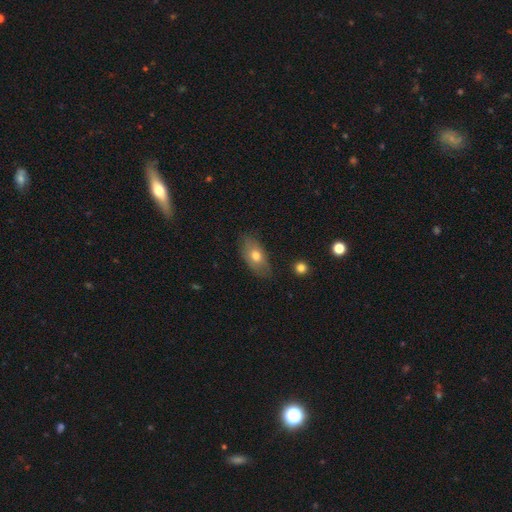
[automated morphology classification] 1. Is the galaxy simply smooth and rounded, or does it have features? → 66% smooth, 27% featured or disk, 7% star or artifact.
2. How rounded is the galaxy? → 89% in between, 6% round, 5% cigar-shaped.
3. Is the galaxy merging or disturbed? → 76% none, 18% minor disturbance, 4% major disturbance, 1% merger.